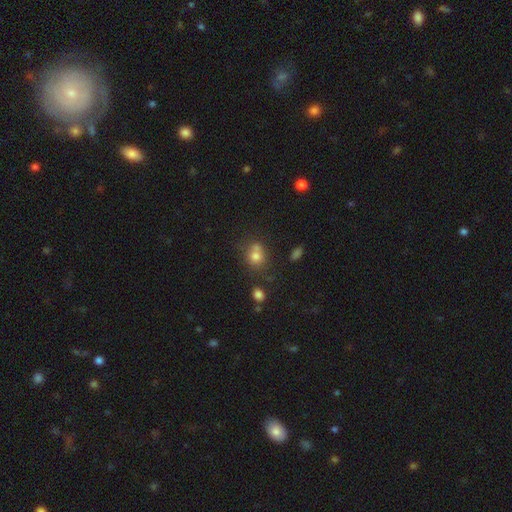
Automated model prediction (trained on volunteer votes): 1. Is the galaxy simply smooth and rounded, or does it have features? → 72% smooth, 15% star or artifact, 12% featured or disk.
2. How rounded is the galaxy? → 69% round, 30% in between, 1% cigar-shaped.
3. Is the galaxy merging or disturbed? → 48% none, 32% merger, 14% minor disturbance, 6% major disturbance.